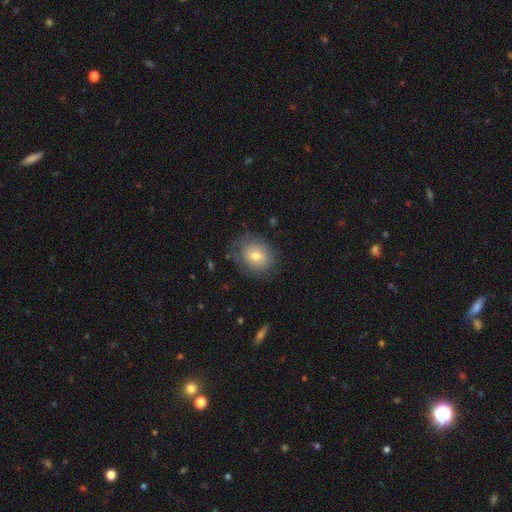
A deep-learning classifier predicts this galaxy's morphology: Smooth or featured? Predicted: smooth (p=0.68). How rounded? Predicted: round (p=0.62). Merging? Predicted: none (p=0.73).